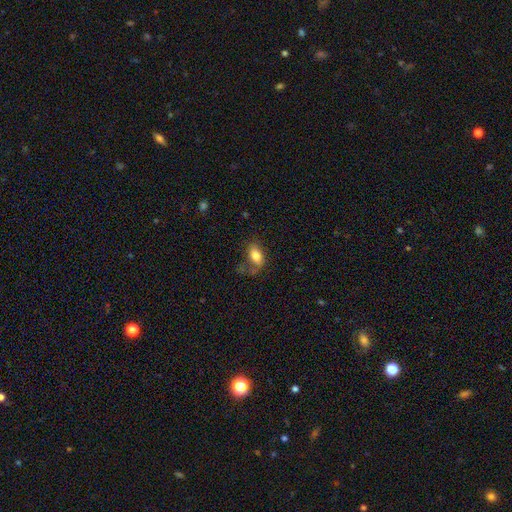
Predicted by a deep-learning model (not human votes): A smooth galaxy with no disk features (78%) that is in between round and cigar-shaped (89%). Merging: none (51%).